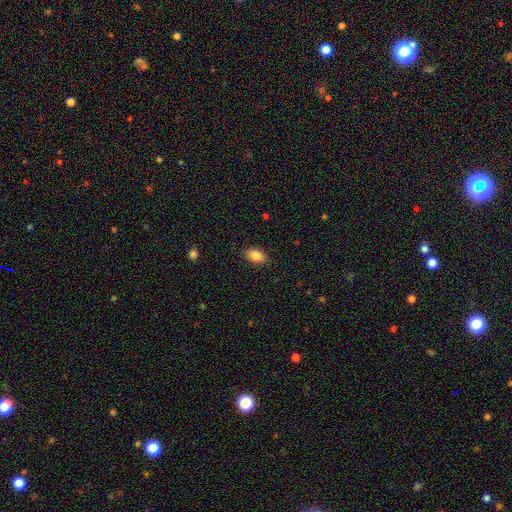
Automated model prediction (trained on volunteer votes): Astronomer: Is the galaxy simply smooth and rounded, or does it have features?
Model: smooth — 86%.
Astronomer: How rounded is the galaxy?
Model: in between — 90%.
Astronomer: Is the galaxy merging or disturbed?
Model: none — 86%.